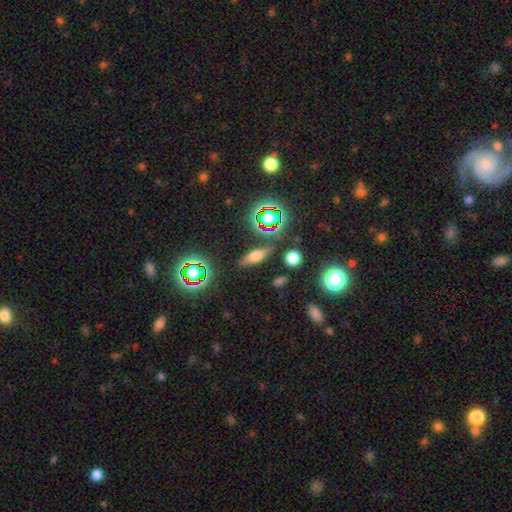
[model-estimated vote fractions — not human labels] A smooth galaxy with no disk features (50%) that is cigar-shaped (47%). Merging: none (81%).